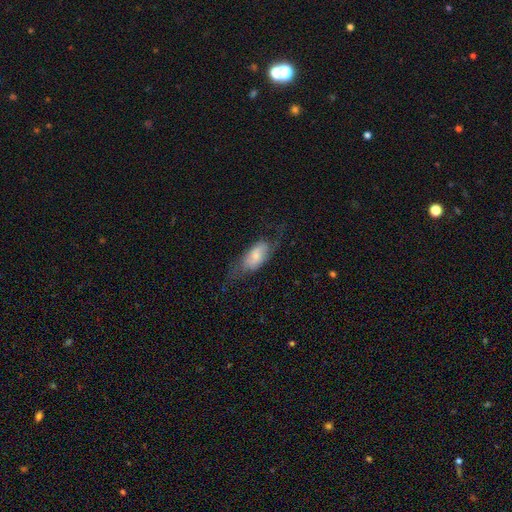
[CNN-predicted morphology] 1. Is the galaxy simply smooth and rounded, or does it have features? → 50% smooth, 43% featured or disk, 8% star or artifact.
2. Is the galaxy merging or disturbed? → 49% none, 25% major disturbance, 24% minor disturbance, 2% merger.